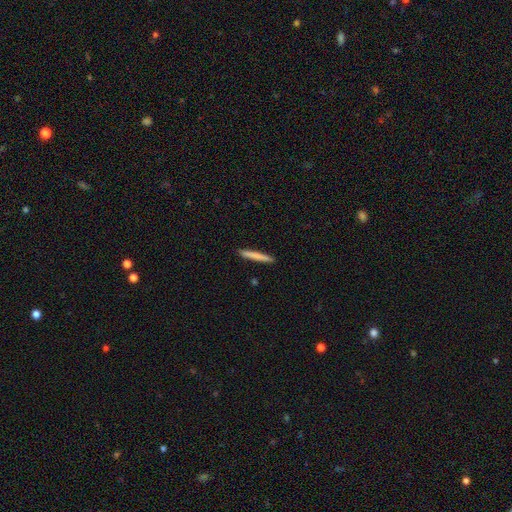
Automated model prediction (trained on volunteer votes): smooth_or_featured: smooth (p=0.78) [alt: featured or disk p=0.17]
how_rounded: cigar-shaped (p=0.96) [alt: in between p=0.03]
merging: none (p=0.92) [alt: minor disturbance p=0.06]